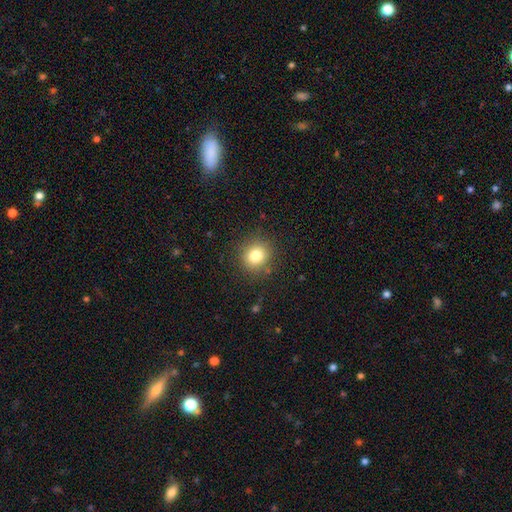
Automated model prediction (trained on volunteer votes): Overall: smooth (79%). How rounded: round (84%). Merging: none (87%).